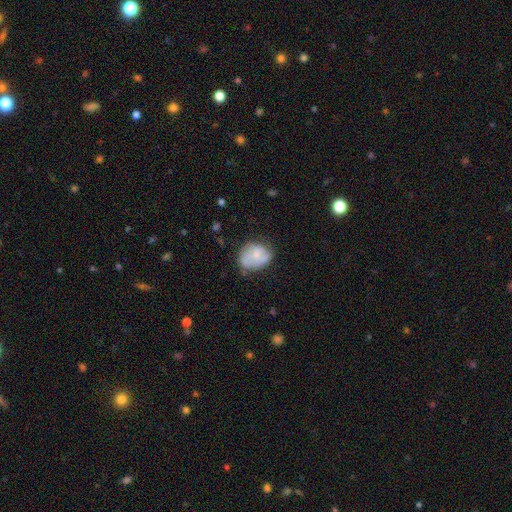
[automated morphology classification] smooth-or-featured: smooth: 59% | featured or disk: 33% | star or artifact: 8%
  how-rounded: in between: 53% | round: 46% | cigar-shaped: 1%
  merging: none: 48% | minor disturbance: 32% | major disturbance: 13% | merger: 7%